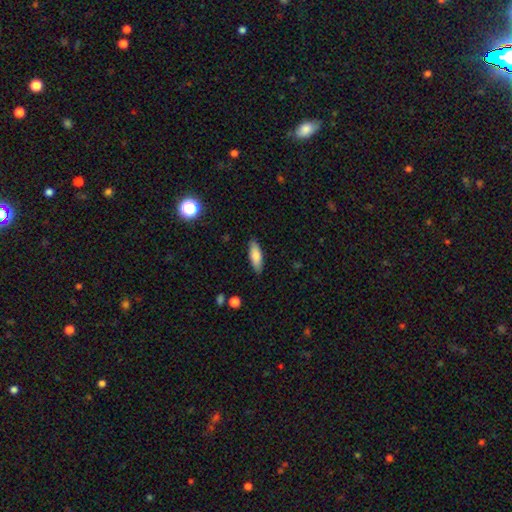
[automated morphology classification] smooth-or-featured: smooth: 80% | featured or disk: 13% | star or artifact: 7%
  how-rounded: in between: 55% | cigar-shaped: 43% | round: 2%
  merging: none: 87% | minor disturbance: 10% | major disturbance: 2% | merger: 1%